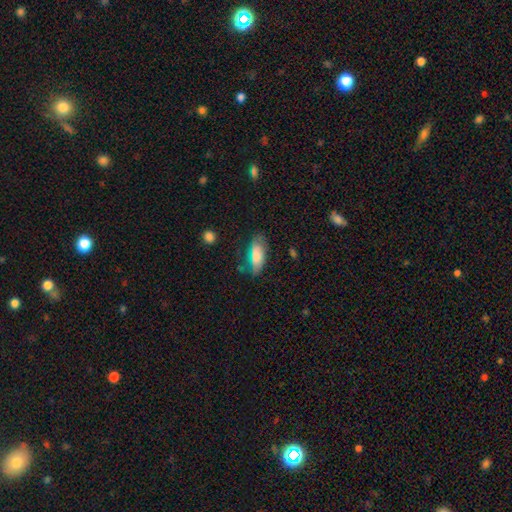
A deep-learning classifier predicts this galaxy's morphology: smooth_or_featured: smooth (p=0.75) [alt: featured or disk p=0.17]
how_rounded: in between (p=0.78) [alt: cigar-shaped p=0.20]
merging: none (p=0.65) [alt: minor disturbance p=0.25]